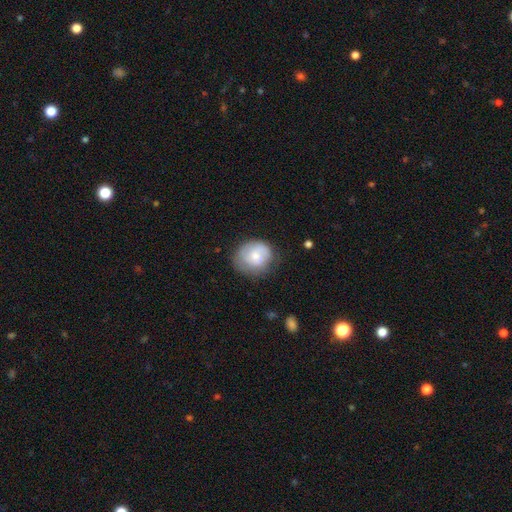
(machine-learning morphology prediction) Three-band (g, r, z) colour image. It shows a smooth galaxy with no disk features (64%) that is round (77%). Merging: none (65%).